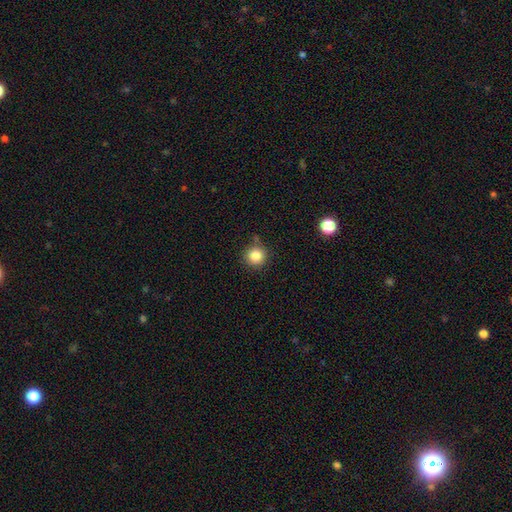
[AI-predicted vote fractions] Smooth or featured? smooth (85%)
How rounded? round (94%)
Merging? none (83%)